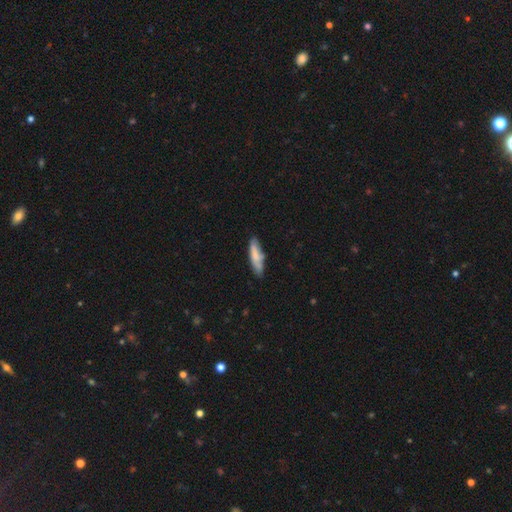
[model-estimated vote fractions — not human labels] Smooth or featured: smooth — 74% (featured or disk — 20%)
How rounded: cigar-shaped — 67% (in between — 31%)
Merging: none — 69% (minor disturbance — 22%)